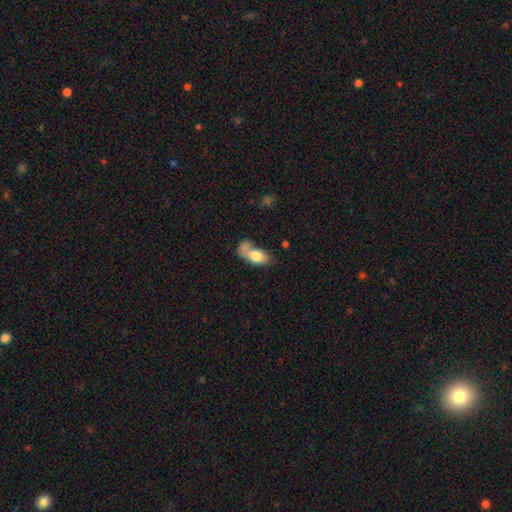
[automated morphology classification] This appears to be a smooth galaxy with no disk features (76%) that is in between round and cigar-shaped (89%). Merging: merger (36%).